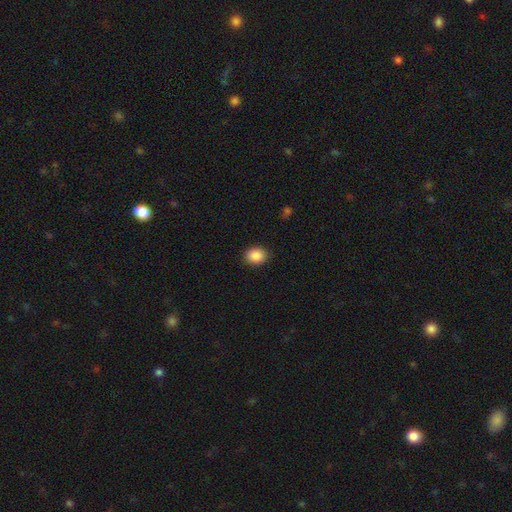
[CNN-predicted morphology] This appears to be a smooth galaxy with no disk features (88%) that is in between round and cigar-shaped (52%). Merging: none (89%).